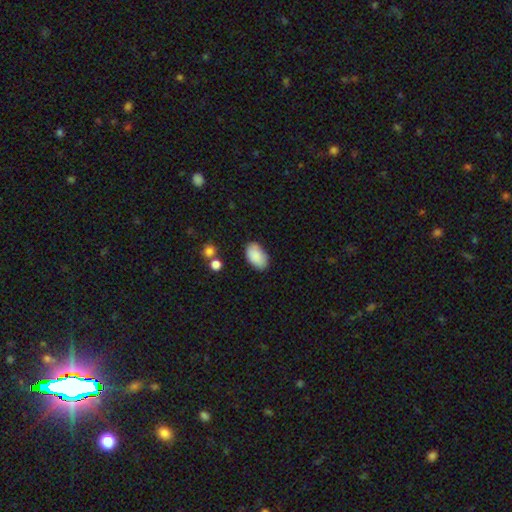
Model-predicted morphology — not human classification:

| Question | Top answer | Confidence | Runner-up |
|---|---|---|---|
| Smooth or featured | smooth | 88% | star or artifact (7%) |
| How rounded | in between | 94% | round (5%) |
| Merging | none | 81% | minor disturbance (14%) |